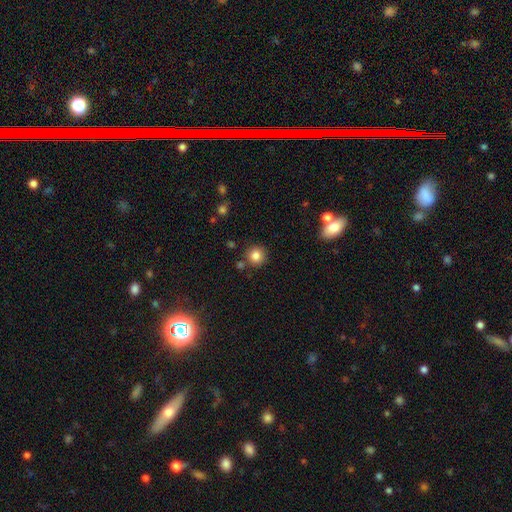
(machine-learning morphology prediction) type=smooth (83%); roundness=round (93%); merging=none (83%).